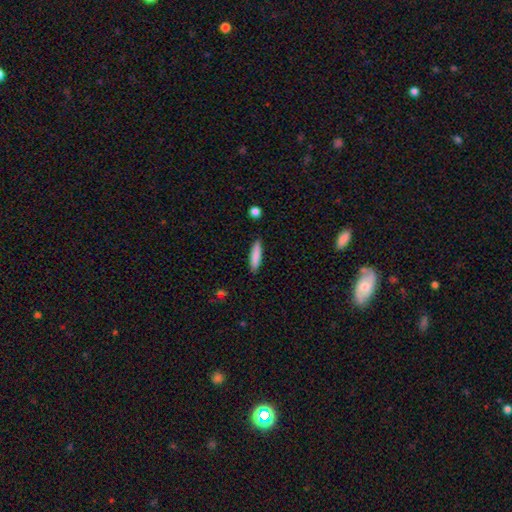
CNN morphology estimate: This is clearly a smooth galaxy (85%). How rounded: clearly cigar-shaped (82%). Merging: clearly none (89%).